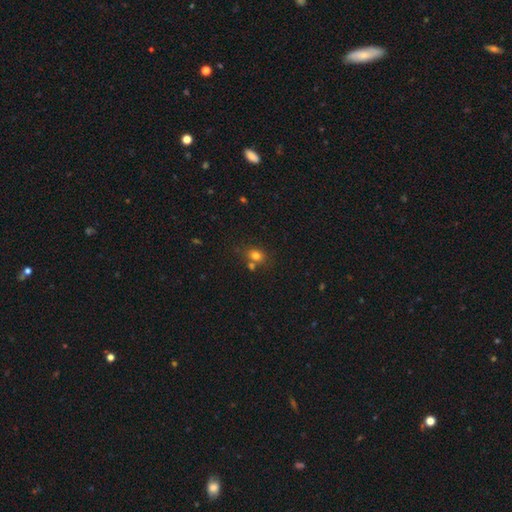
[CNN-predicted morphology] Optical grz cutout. It shows a smooth galaxy with no disk features (78%) that is in between round and cigar-shaped (51%). Merging: none (61%).